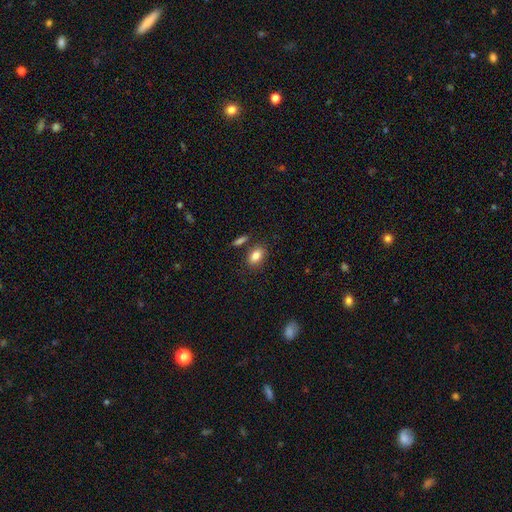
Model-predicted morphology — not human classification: Smooth or featured: smooth — 83% (featured or disk — 9%)
How rounded: in between — 86% (round — 12%)
Merging: none — 77% (minor disturbance — 11%)